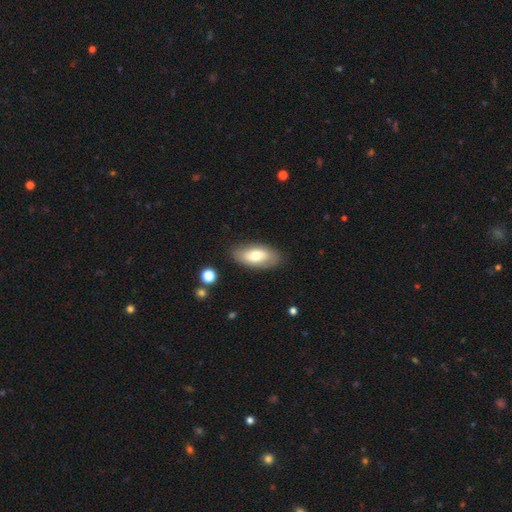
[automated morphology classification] This appears to be a smooth galaxy with no disk features (67%) that is in between round and cigar-shaped (90%). Merging: none (84%).